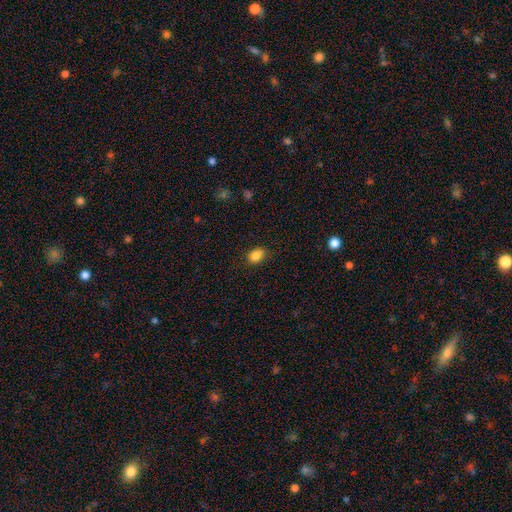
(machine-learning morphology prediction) This is clearly a smooth galaxy (85%). How rounded: likely in between (68%). Merging: likely none (74%).